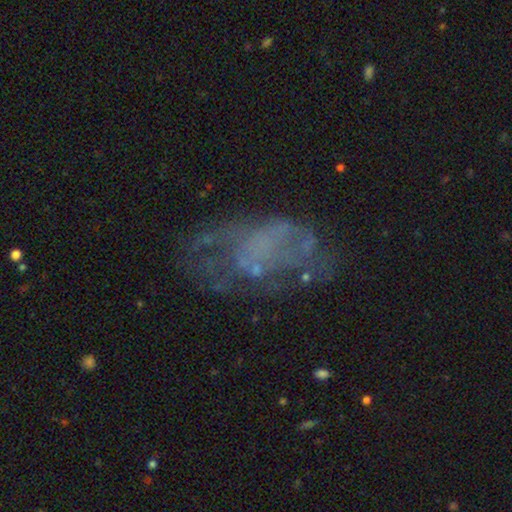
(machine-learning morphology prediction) type=featured or disk (58%); edge-on=no (96%); bar=no (85%); spiral arms=no (68%); bulge=none (79%); merging=none (49%).